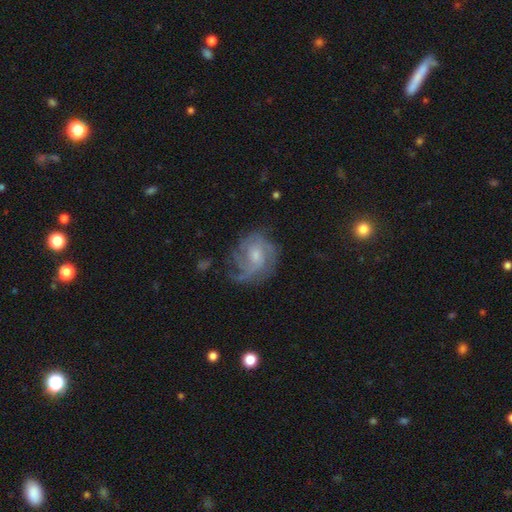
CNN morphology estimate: The model was most divided on "spiral arm count": can't tell: 30%, 3: 27%, 2: 20%, 4: 11%, 1: 7%, more than 4: 6%. Remaining: edge-on disk — no (98%); spiral arms — yes (93%); smooth or featured — featured or disk (78%); bar — no (66%); merging — none (61%); bulge size — small (48%); spiral winding — tight (44%).